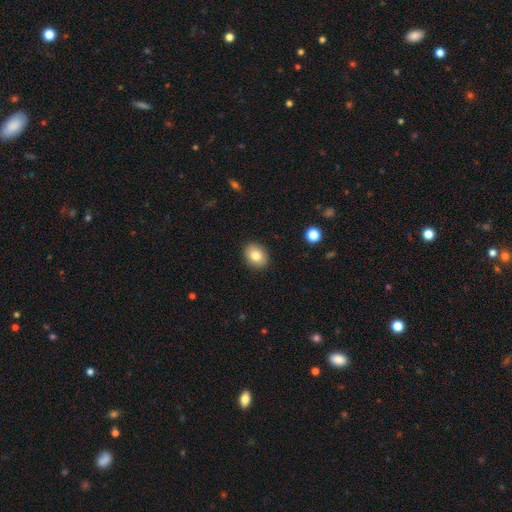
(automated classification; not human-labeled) This is clearly a smooth galaxy (82%). How rounded: possibly in between (52%). Merging: clearly none (90%).